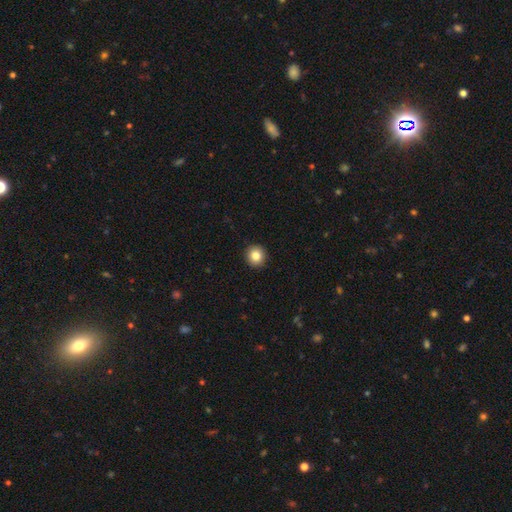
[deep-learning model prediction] Overall: smooth (84%). How rounded: round (93%). Merging: none (93%).